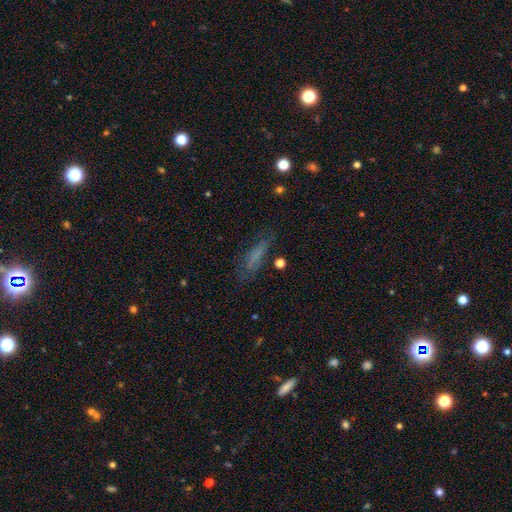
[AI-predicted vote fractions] smooth-or-featured: smooth: 57% | featured or disk: 28% | star or artifact: 16%
  how-rounded: cigar-shaped: 60% | in between: 37% | round: 3%
  merging: none: 64% | minor disturbance: 21% | major disturbance: 12% | merger: 3%